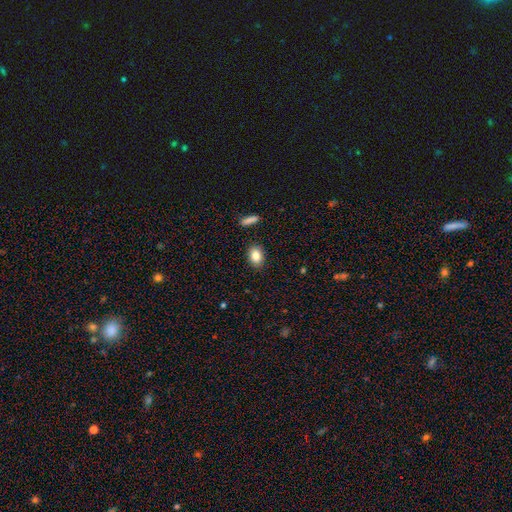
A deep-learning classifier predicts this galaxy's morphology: A smooth galaxy with no disk features (85%) that is in between round and cigar-shaped (73%). Merging: none (87%).